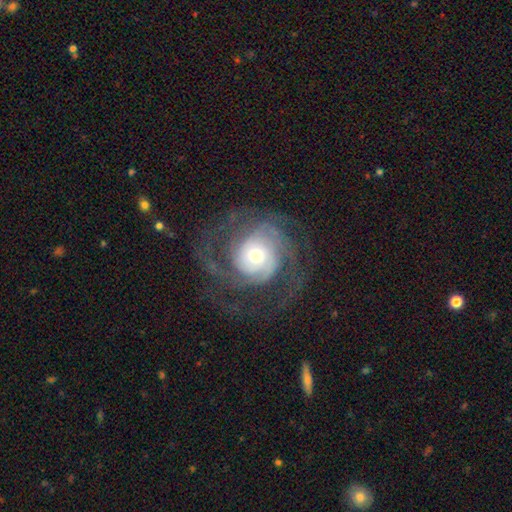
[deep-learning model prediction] featured or disk 88%, smooth 7%, star or artifact 5%. Down the decision tree: edge-on disk — no (98%); bar — no (73%); spiral arms — yes (97%); spiral arm count — 3 (29%); spiral winding — tight (54%); bulge size — moderate (51%); merging — none (68%).